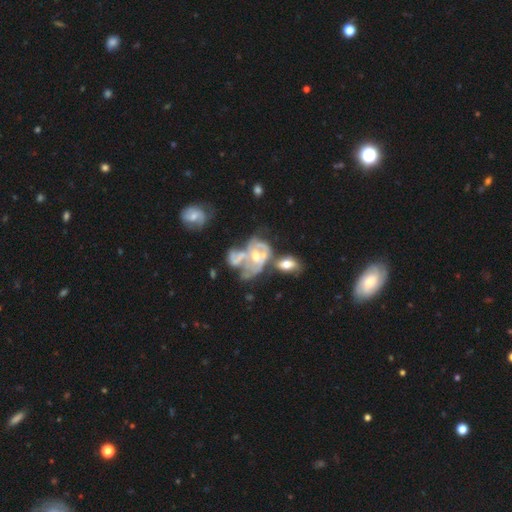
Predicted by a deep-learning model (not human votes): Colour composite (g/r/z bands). It shows a featured or disk galaxy (74%) with no bar (74%), spiral arms (55%) and a moderate central bulge (59%). Merging: merger (51%).